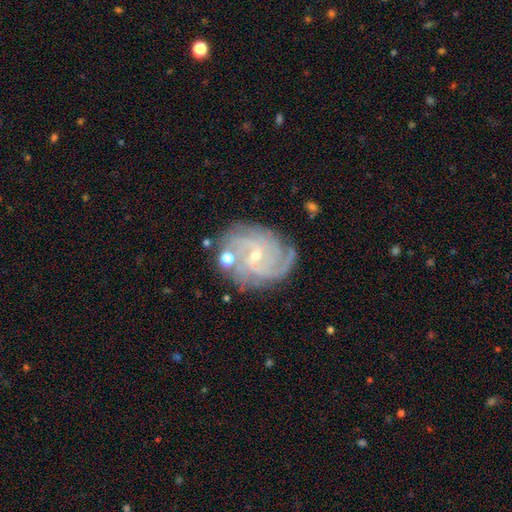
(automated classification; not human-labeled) smooth_or_featured: featured or disk (p=0.86) [alt: star or artifact p=0.08]
disk_edge_on: no (p=0.97) [alt: yes p=0.03]
bar: weak (p=0.46) [alt: no p=0.43]
has_spiral_arms: yes (p=0.97) [alt: no p=0.03]
spiral_winding: tight (p=0.59) [alt: medium p=0.33]
spiral_arm_count: 4 (p=0.27) [alt: 3 p=0.22]
bulge_size: small (p=0.76) [alt: moderate p=0.20]
merging: none (p=0.73) [alt: minor disturbance p=0.17]